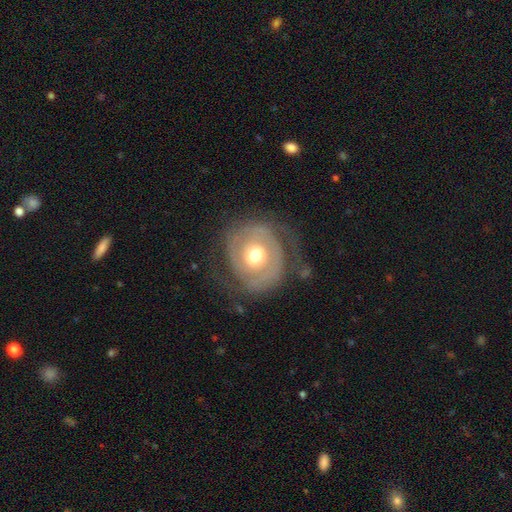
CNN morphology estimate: A featured or disk galaxy (69%) with no bar (77%), spiral arms (67%) and a moderate central bulge (75%).

Vote fractions:
- Smooth or featured? featured or disk: 69% / smooth: 25% / star or artifact: 6%
- Edge-on disk? no: 96% / yes: 4%
- Bar? no: 77% / weak: 18% / strong: 5%
- Spiral arms? yes: 67% / no: 33%
- Bulge size? moderate: 75% / small: 11% / large: 11% / dominant: 1% / none: 1%
- Merging? none: 63% / minor disturbance: 20% / major disturbance: 16% / merger: 2%